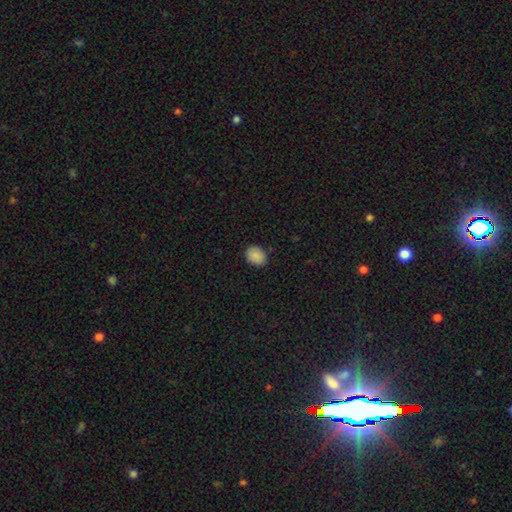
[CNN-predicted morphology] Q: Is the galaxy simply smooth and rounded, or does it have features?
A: smooth — 89%.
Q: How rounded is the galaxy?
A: in between — 61%.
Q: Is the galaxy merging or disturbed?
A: none — 87%.